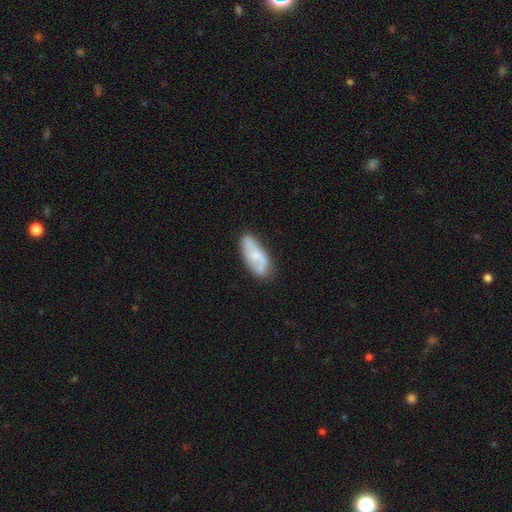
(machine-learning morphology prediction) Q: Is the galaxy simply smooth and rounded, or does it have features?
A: smooth — 52%.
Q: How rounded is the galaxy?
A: in between — 81%.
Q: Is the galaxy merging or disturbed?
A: none — 62%.